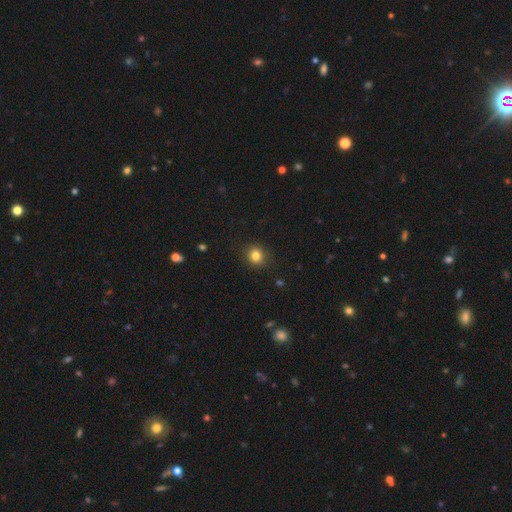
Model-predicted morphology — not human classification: A smooth galaxy with no disk features (82%) that is round (84%).

Vote fractions:
- Smooth or featured? smooth: 82% / star or artifact: 12% / featured or disk: 6%
- How rounded? round: 84% / in between: 15% / cigar-shaped: 1%
- Merging? none: 90% / minor disturbance: 7% / major disturbance: 2% / merger: 1%